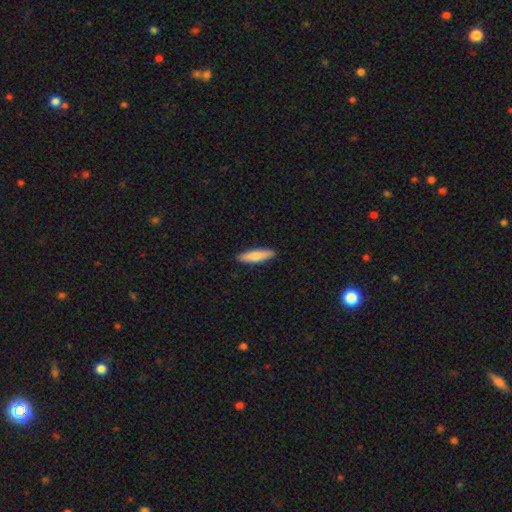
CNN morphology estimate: This appears to be a smooth galaxy with no disk features (79%) that is cigar-shaped (72%). Merging: none (91%).